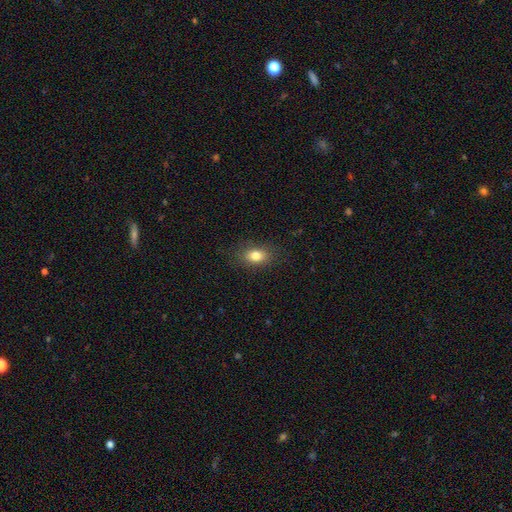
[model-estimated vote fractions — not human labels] Overall: smooth (81%). How rounded: in between (79%). Merging: none (84%).